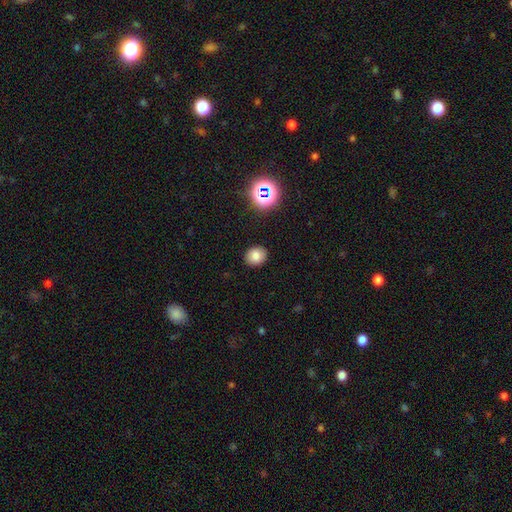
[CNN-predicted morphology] The model was most divided on "how rounded": round: 66%, in between: 33%, cigar-shaped: 1%. More confident: merging — none (89%); smooth or featured — smooth (78%).